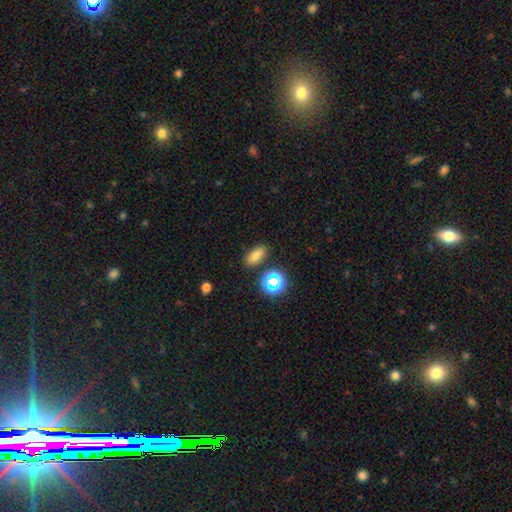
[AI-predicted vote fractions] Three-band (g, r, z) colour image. It shows a smooth galaxy with no disk features (73%) that is in between round and cigar-shaped (82%). Merging: none (84%).